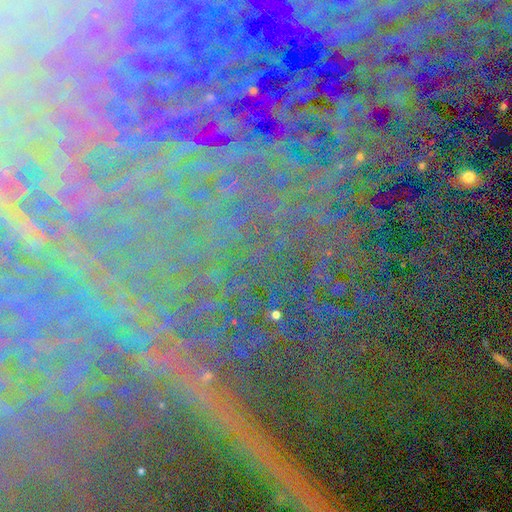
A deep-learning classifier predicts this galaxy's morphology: smooth-or-featured: star or artifact: 86% | featured or disk: 8% | smooth: 6%